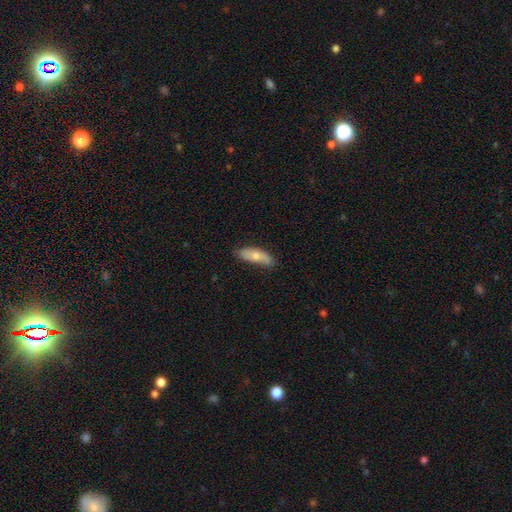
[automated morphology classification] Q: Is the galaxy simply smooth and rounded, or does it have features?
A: smooth — 69%.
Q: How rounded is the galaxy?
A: in between — 66%.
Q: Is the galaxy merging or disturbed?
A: none — 69%.